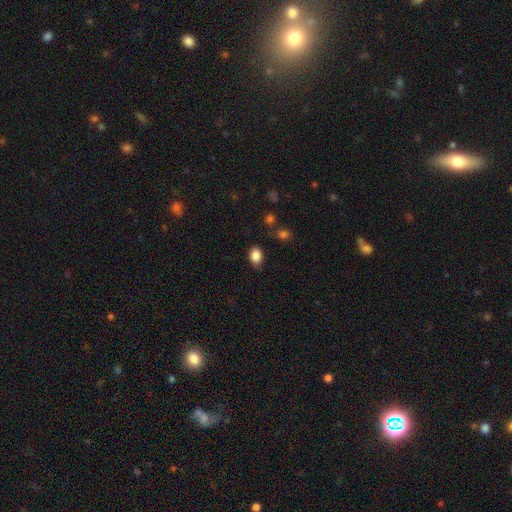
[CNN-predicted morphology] smooth-or-featured: smooth: 87% | star or artifact: 9% | featured or disk: 4%
  how-rounded: in between: 70% | round: 29% | cigar-shaped: 1%
  merging: none: 76% | minor disturbance: 18% | major disturbance: 4% | merger: 2%